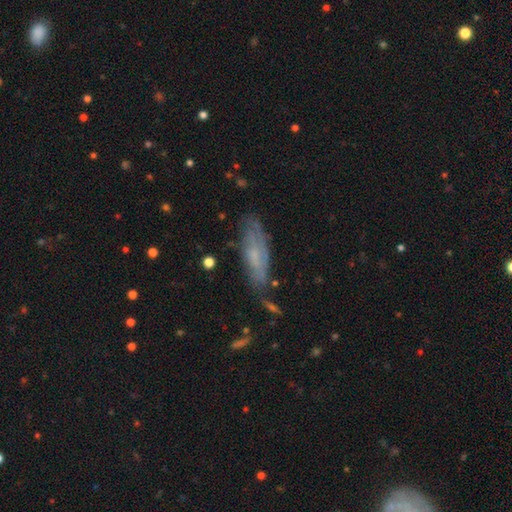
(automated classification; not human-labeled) smooth_or_featured: featured or disk (p=0.47) [alt: smooth p=0.44]
merging: none (p=0.63) [alt: minor disturbance p=0.25]